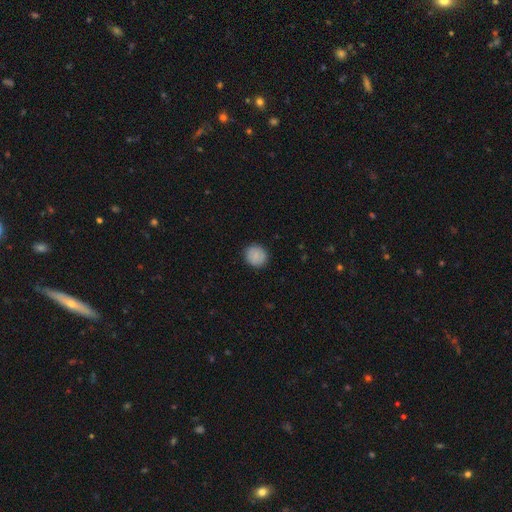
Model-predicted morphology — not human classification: smooth 83%, featured or disk 9%, star or artifact 8%. Down the decision tree: how rounded — round (87%); merging — none (89%).